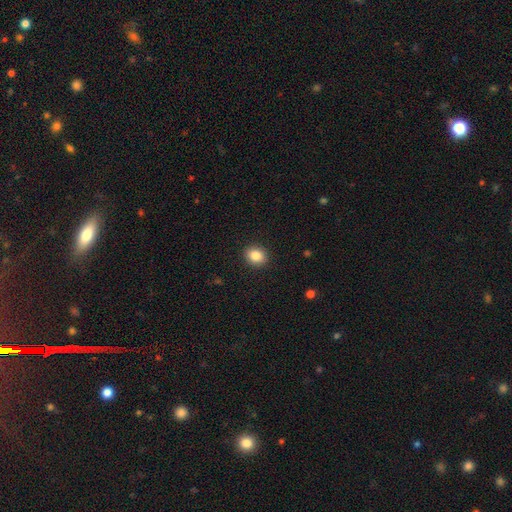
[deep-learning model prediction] smooth-or-featured: smooth: 85% | star or artifact: 9% | featured or disk: 5%
  how-rounded: round: 64% | in between: 35% | cigar-shaped: 1%
  merging: none: 91% | minor disturbance: 6% | major disturbance: 2% | merger: 1%